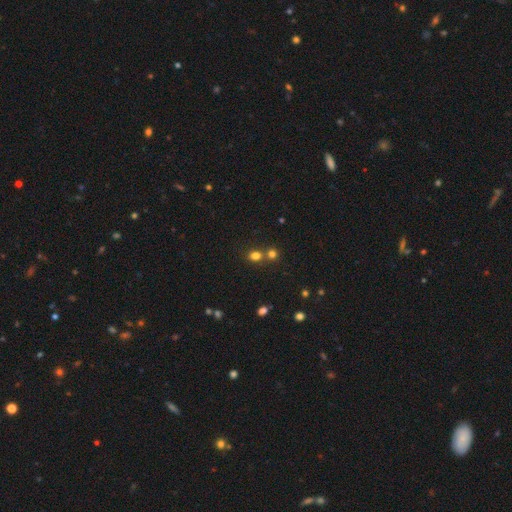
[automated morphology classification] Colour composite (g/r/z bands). It shows a smooth galaxy with no disk features (75%) that is round (61%). Merging: none (54%).